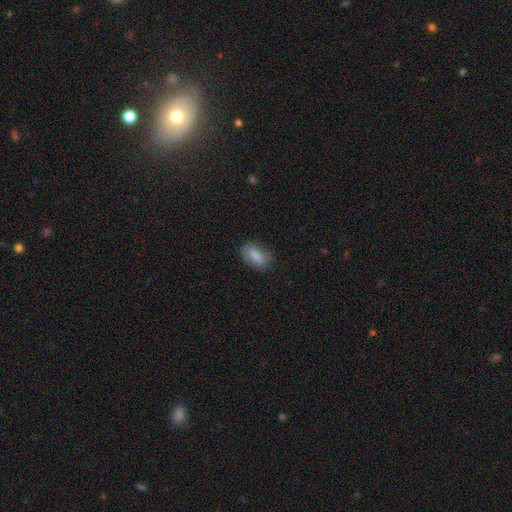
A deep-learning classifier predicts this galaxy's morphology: Overall: smooth (78%). How rounded: in between (87%). Merging: none (75%).